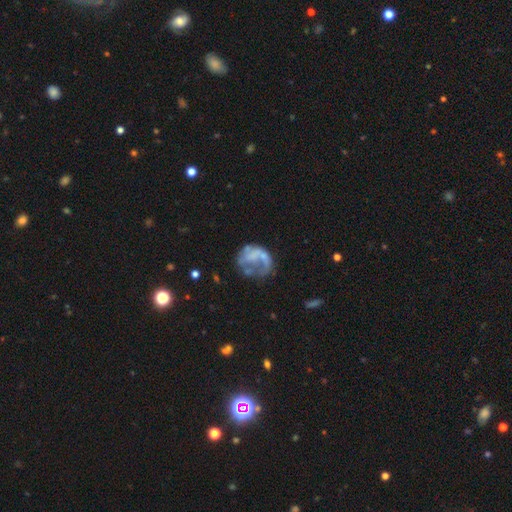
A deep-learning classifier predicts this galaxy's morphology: smooth_or_featured: featured or disk (p=0.57) [alt: smooth p=0.32]
disk_edge_on: no (p=0.98) [alt: yes p=0.02]
bar: no (p=0.79) [alt: weak p=0.16]
has_spiral_arms: no (p=0.70) [alt: yes p=0.30]
bulge_size: none (p=0.73) [alt: small p=0.12]
merging: major disturbance (p=0.40) [alt: none p=0.34]